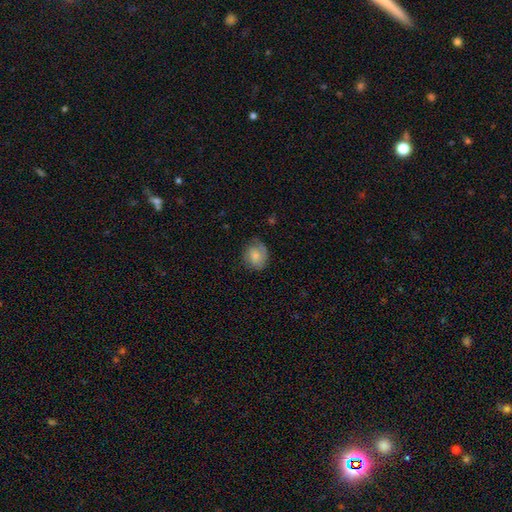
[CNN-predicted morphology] This is likely a smooth galaxy (70%). How rounded: possibly round (59%). Merging: likely none (65%).